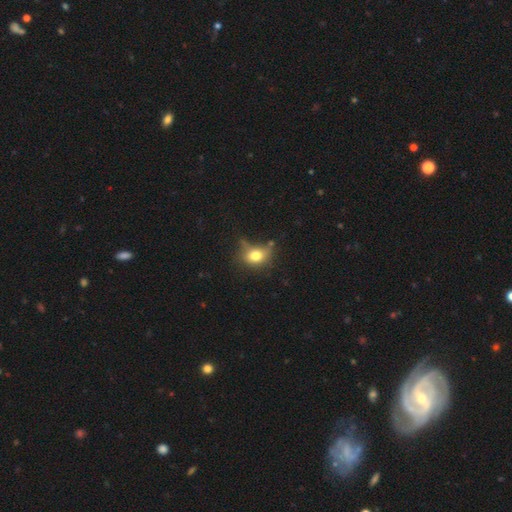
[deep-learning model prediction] Smooth or featured? smooth (75%)
How rounded? in between (54%)
Merging? none (51%)